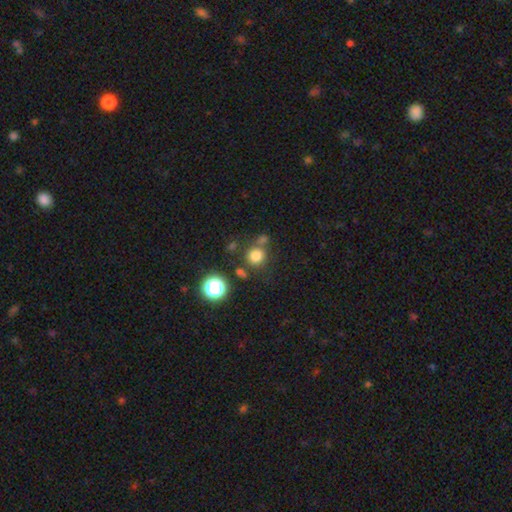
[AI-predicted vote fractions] Smooth or featured? Predicted: smooth (p=0.77). How rounded? Predicted: round (p=0.91). Merging? Predicted: none (p=0.72).